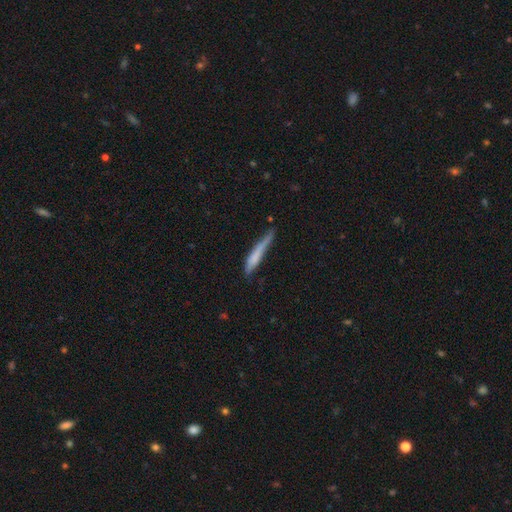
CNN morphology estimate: smooth_or_featured: smooth (p=0.64) [alt: featured or disk p=0.29]
how_rounded: cigar-shaped (p=0.92) [alt: in between p=0.06]
merging: none (p=0.51) [alt: minor disturbance p=0.32]